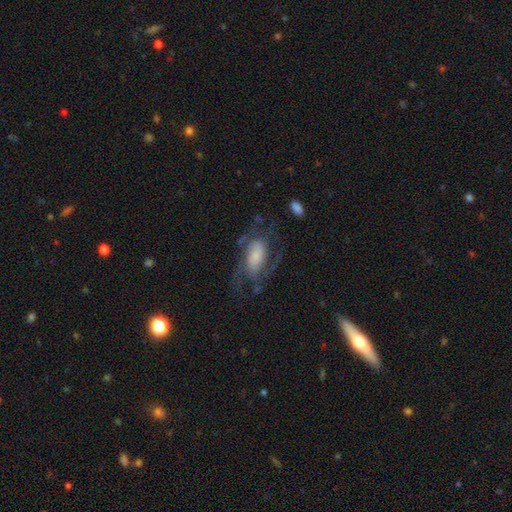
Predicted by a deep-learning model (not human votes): Smooth or featured? Predicted: featured or disk (p=0.69). Edge-on disk? Predicted: no (p=0.95). Bar? Predicted: no (p=0.58). Spiral arms? Predicted: yes (p=0.86). Spiral winding? Predicted: medium (p=0.48). Spiral arm count? Predicted: 2 (p=0.48). Bulge size? Predicted: large (p=0.31). Merging? Predicted: none (p=0.50).